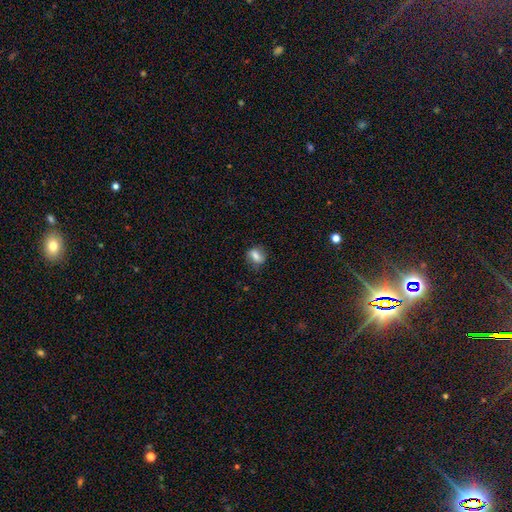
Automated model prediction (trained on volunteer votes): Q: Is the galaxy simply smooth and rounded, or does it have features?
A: smooth — 72%.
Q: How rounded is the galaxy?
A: in between — 63%.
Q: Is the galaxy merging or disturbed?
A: none — 78%.